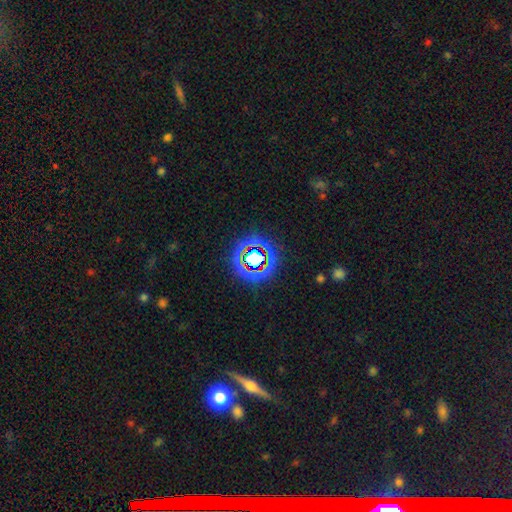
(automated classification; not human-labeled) A star or artifact, not a galaxy (68%).

Vote fractions:
- Smooth or featured? star or artifact: 68% / smooth: 17% / featured or disk: 15%